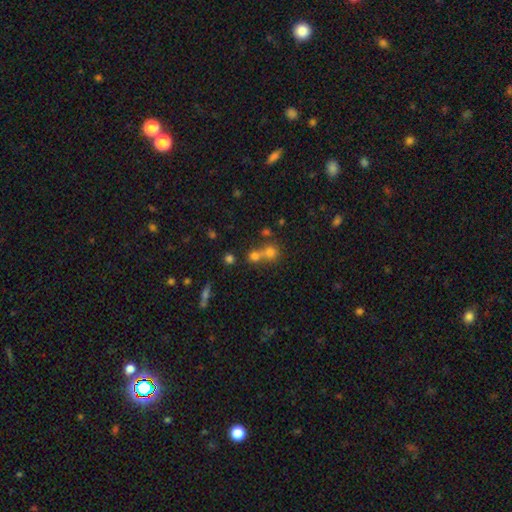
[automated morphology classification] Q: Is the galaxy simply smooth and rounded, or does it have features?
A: smooth — 60%.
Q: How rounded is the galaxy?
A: round — 84%.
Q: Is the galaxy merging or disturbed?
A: merger — 49%.